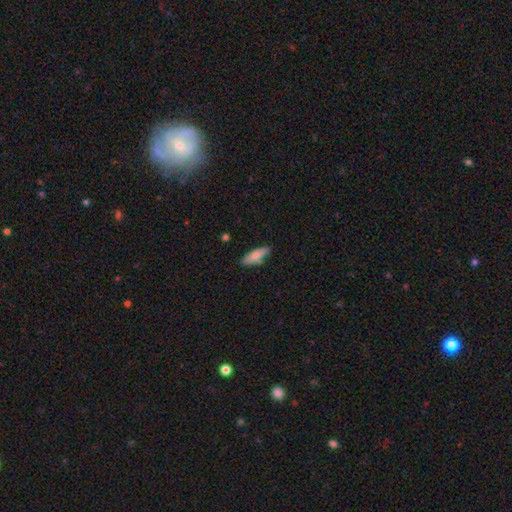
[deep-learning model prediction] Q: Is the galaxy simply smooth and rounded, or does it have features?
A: smooth — 81%.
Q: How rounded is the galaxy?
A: in between — 56%.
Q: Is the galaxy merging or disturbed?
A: none — 77%.